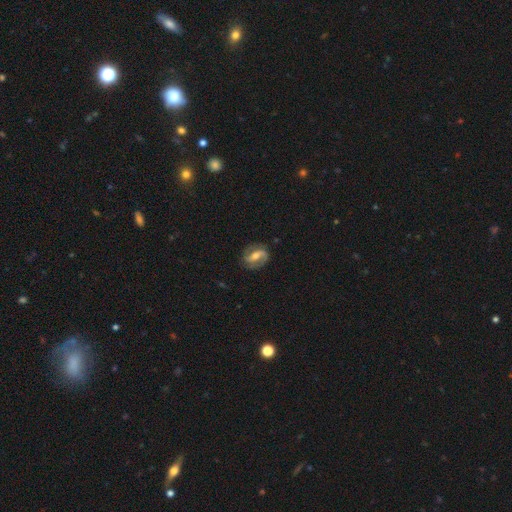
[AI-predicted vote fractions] Q: Smooth or featured?
A: featured or disk (81%); runner-up: smooth (13%)
Q: Edge-on disk?
A: no (96%); runner-up: yes (4%)
Q: Bar?
A: strong (42%); runner-up: weak (39%)
Q: Spiral arms?
A: yes (93%); runner-up: no (7%)
Q: Spiral winding?
A: medium (46%); runner-up: loose (30%)
Q: Spiral arm count?
A: 2 (89%); runner-up: can't tell (4%)
Q: Bulge size?
A: moderate (65%); runner-up: small (27%)
Q: Merging?
A: none (81%); runner-up: minor disturbance (13%)